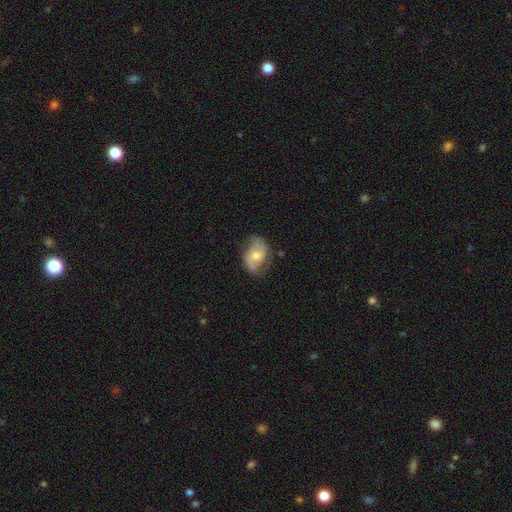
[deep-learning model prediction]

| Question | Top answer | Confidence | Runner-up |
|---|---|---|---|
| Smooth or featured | featured or disk | 62% | smooth (32%) |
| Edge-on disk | no | 96% | yes (4%) |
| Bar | no | 52% | weak (38%) |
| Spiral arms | yes | 86% | no (14%) |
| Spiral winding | medium | 42% | loose (40%) |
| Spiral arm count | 2 | 84% | can't tell (9%) |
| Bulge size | moderate | 55% | small (36%) |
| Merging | none | 64% | minor disturbance (24%) |